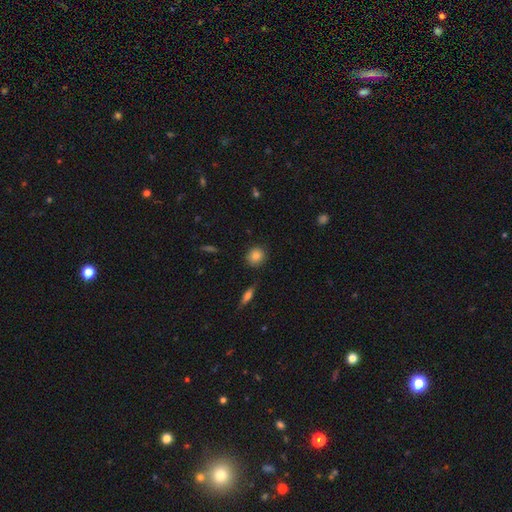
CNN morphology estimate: type=smooth (84%); roundness=round (87%); merging=none (86%).